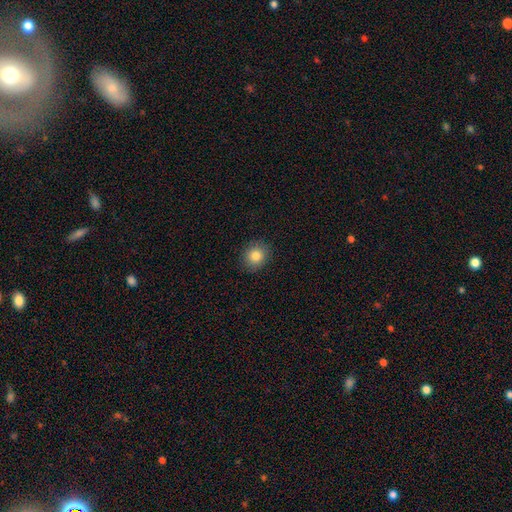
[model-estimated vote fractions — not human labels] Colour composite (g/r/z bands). It shows a smooth galaxy with no disk features (83%) that is round (77%). Merging: none (89%).